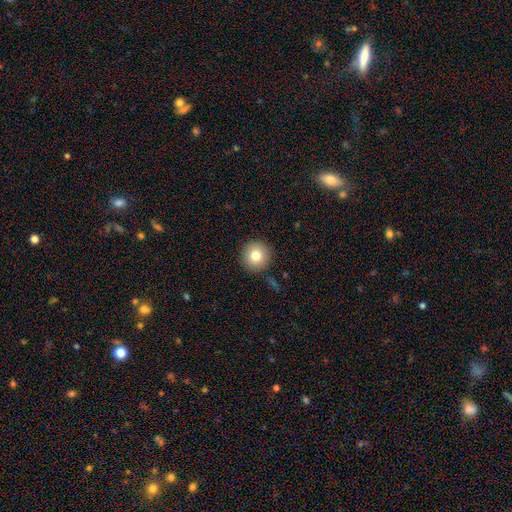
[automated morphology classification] Q: Smooth or featured?
A: smooth (80%); runner-up: featured or disk (10%)
Q: How rounded?
A: round (95%); runner-up: in between (4%)
Q: Merging?
A: none (91%); runner-up: minor disturbance (6%)